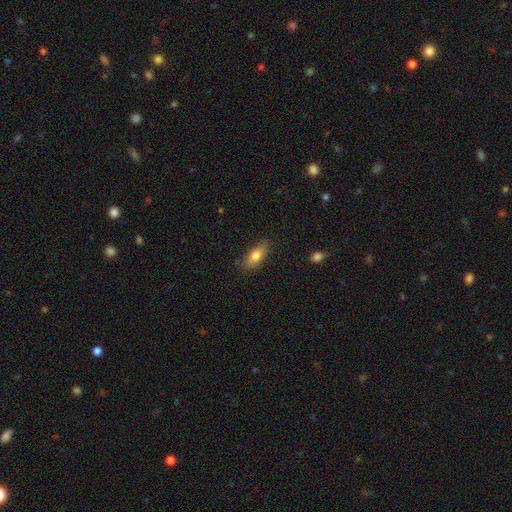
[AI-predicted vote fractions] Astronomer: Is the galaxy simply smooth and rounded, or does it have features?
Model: smooth — 78%.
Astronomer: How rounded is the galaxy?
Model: in between — 75%.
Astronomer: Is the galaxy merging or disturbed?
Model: none — 79%.